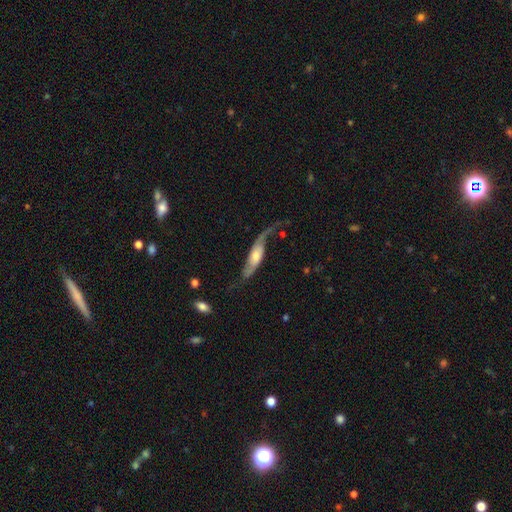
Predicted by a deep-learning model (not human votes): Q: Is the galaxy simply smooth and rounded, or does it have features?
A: featured or disk — 69%.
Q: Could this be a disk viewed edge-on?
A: no — 72%.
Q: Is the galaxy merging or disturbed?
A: none — 42%.